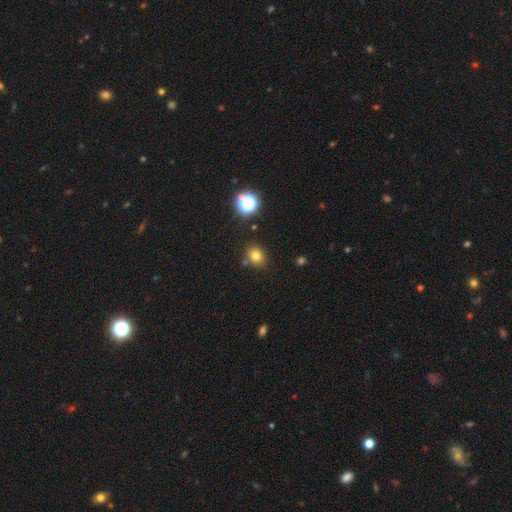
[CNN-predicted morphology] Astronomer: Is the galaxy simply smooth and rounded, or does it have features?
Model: smooth — 76%.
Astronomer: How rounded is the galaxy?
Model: round — 68%.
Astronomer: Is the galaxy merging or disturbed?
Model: none — 80%.